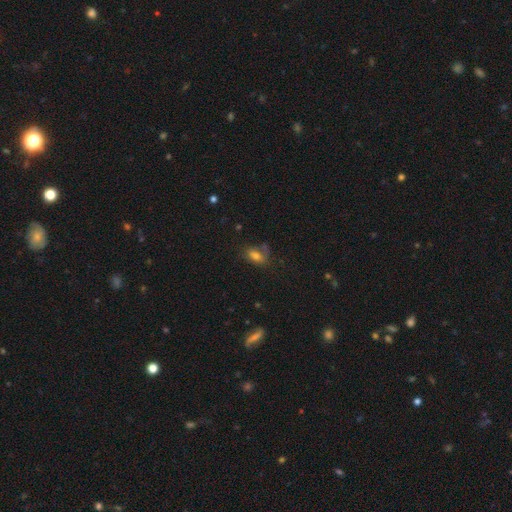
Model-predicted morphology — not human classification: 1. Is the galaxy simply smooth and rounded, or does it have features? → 68% smooth, 18% featured or disk, 14% star or artifact.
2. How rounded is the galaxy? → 86% in between, 10% round, 4% cigar-shaped.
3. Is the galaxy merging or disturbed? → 48% none, 25% minor disturbance, 19% major disturbance, 8% merger.